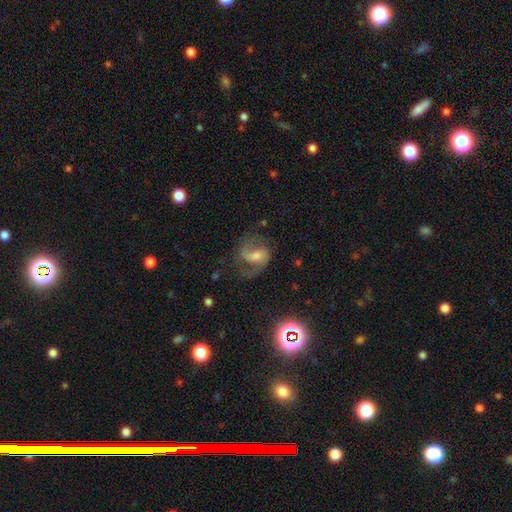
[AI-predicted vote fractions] A featured or disk galaxy (72%) with a weak bar (46%), 2 (79%) medium (51%) spiral arms (93%) and a moderate central bulge (45%). Merging: none (62%).